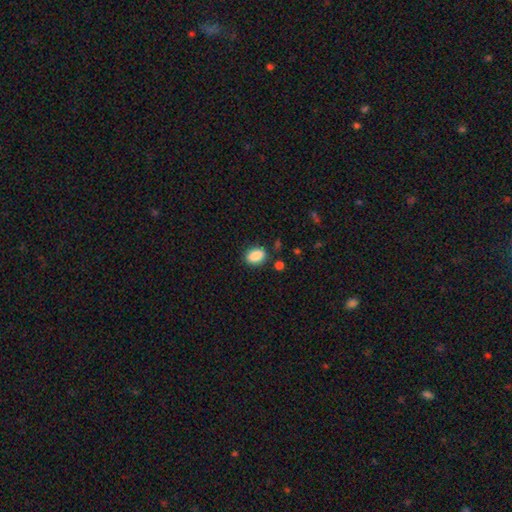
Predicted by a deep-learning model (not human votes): This is clearly a smooth galaxy (88%). How rounded: clearly in between (85%). Merging: clearly none (82%).